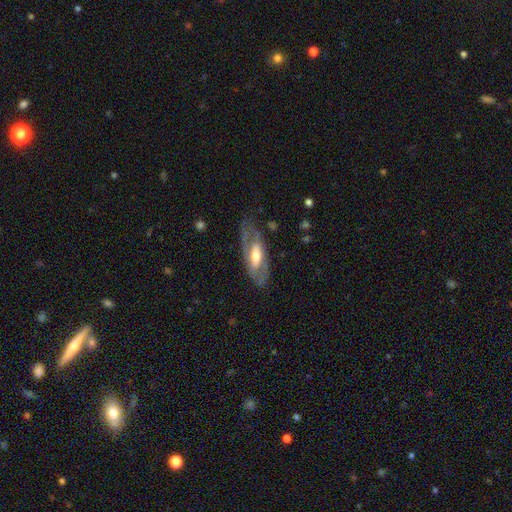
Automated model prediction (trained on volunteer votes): Smooth or featured?
  - featured or disk: 70% *
  - smooth: 25%
  - star or artifact: 5%
Edge-on disk?
  - no: 81% *
  - yes: 19%
Bar?
  - weak: 34% *
  - strong: 33%
  - no: 33%
Spiral arms?
  - yes: 61% *
  - no: 39%
Bulge size?
  - moderate: 62% *
  - small: 19%
  - large: 16%
  - none: 2%
  - dominant: 1%
Merging?
  - none: 67% *
  - minor disturbance: 20%
  - major disturbance: 12%
  - merger: 2%